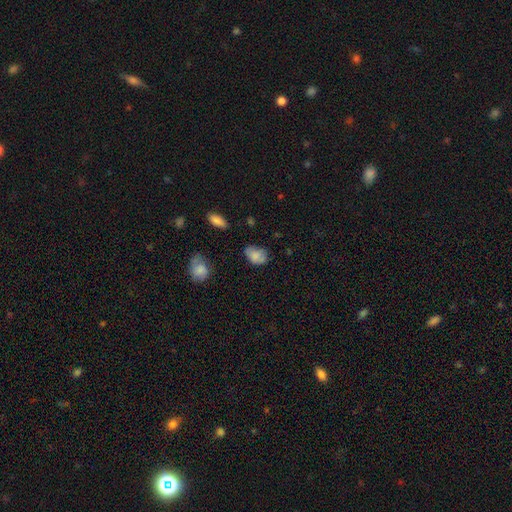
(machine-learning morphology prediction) Q: Smooth or featured?
A: smooth (78%); runner-up: featured or disk (13%)
Q: How rounded?
A: in between (78%); runner-up: round (20%)
Q: Merging?
A: none (56%); runner-up: minor disturbance (32%)